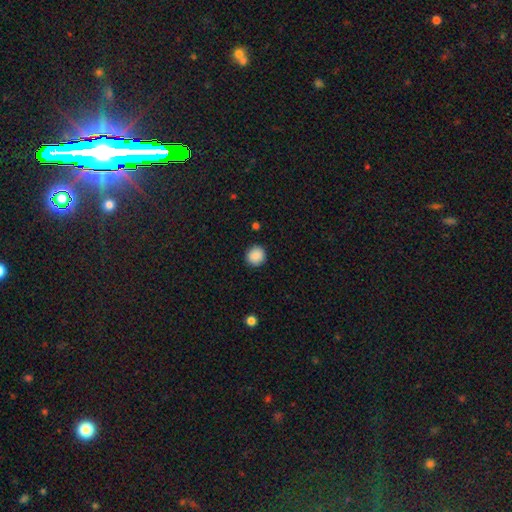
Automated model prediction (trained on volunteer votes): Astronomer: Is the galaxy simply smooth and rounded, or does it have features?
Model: smooth — 89%.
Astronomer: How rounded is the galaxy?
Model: round — 91%.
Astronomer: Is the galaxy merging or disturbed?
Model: none — 91%.